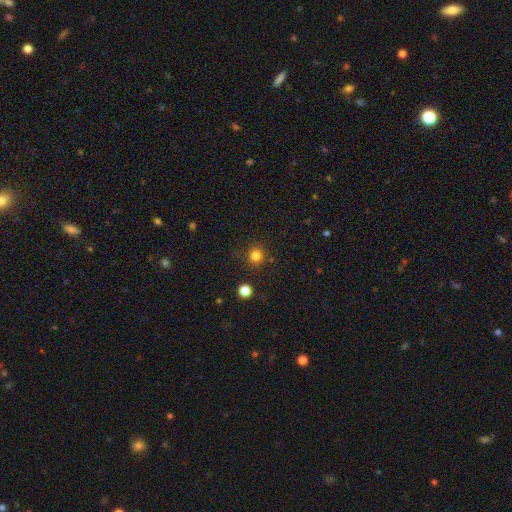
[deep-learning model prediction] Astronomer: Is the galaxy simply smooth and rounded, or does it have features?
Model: smooth — 81%.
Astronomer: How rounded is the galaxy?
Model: round — 93%.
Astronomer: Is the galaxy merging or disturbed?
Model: none — 88%.